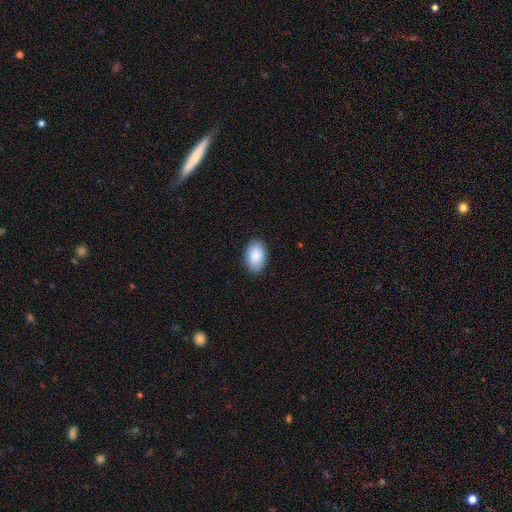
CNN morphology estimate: This appears to be a smooth galaxy with no disk features (88%) that is in between round and cigar-shaped (91%). Merging: none (87%).